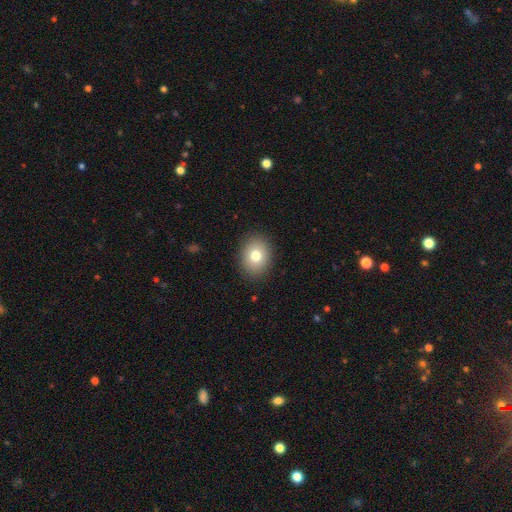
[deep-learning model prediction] A smooth galaxy with no disk features (78%) that is in between round and cigar-shaped (54%).

Vote fractions:
- Smooth or featured? smooth: 78% / featured or disk: 12% / star or artifact: 10%
- How rounded? in between: 54% / round: 45% / cigar-shaped: 1%
- Merging? none: 89% / minor disturbance: 8% / major disturbance: 2% / merger: 1%